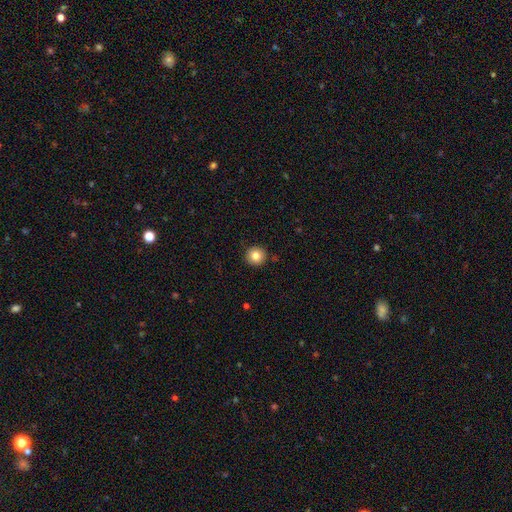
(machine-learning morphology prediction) Smooth or featured? smooth (82%)
How rounded? round (95%)
Merging? none (92%)